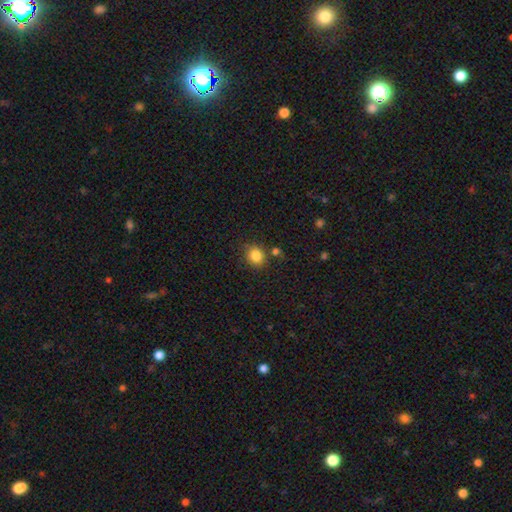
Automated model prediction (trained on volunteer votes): This is clearly a smooth galaxy (85%). How rounded: likely round (76%). Merging: likely none (77%).